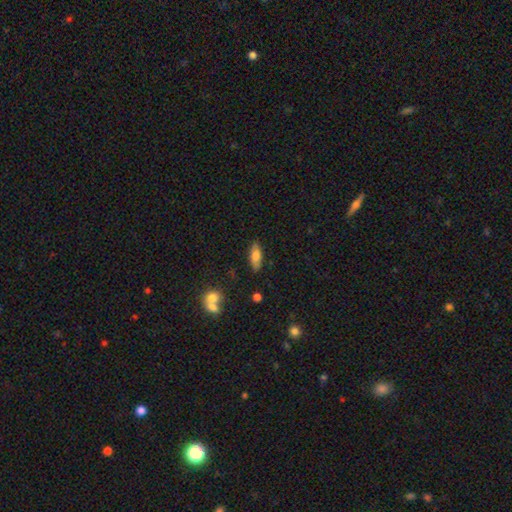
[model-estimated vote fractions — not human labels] The model was most divided on "how rounded": in between: 70%, cigar-shaped: 27%, round: 3%. More confident: merging — none (84%); smooth or featured — smooth (73%).